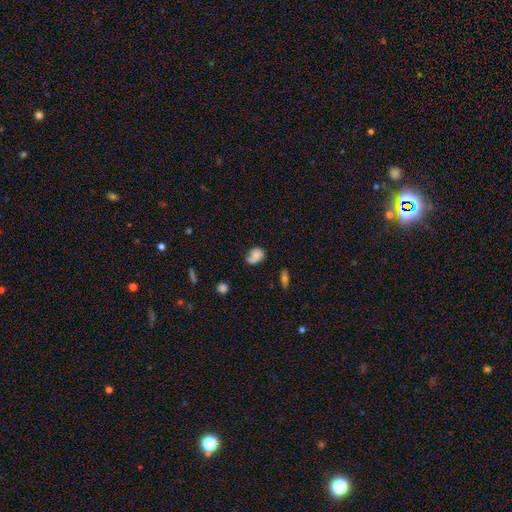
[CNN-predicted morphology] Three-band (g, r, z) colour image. It shows a smooth galaxy with no disk features (63%) that is in between round and cigar-shaped (62%). Merging: none (45%).